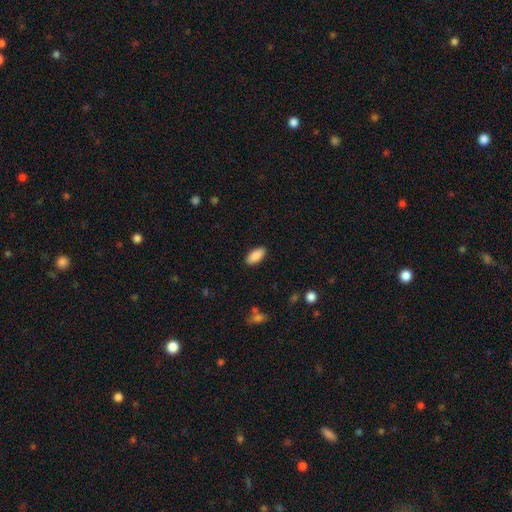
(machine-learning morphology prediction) Smooth or featured? smooth (88%)
How rounded? in between (90%)
Merging? none (89%)